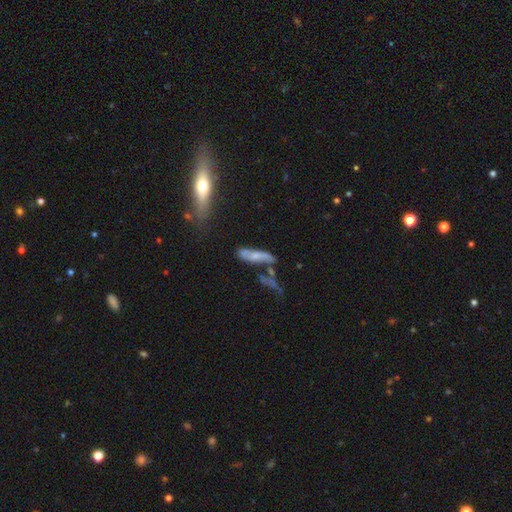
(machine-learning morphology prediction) Smooth or featured? smooth (47%)
Merging? none (45%)